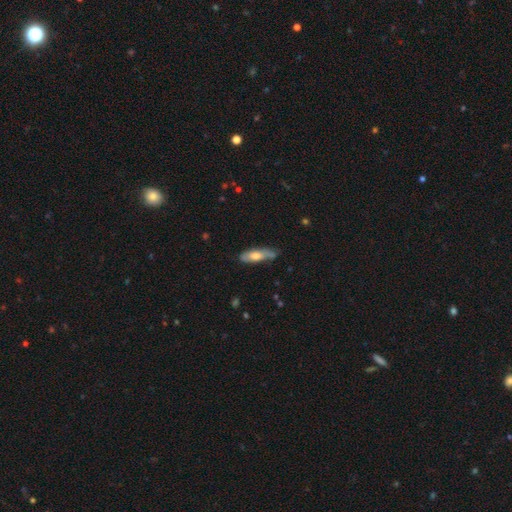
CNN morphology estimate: A smooth galaxy with no disk features (59%) that is cigar-shaped (57%). Merging: none (61%).